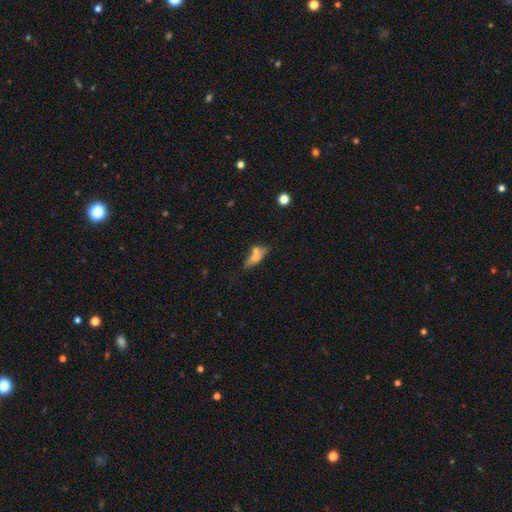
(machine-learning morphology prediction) smooth_or_featured: smooth (p=0.54) [alt: featured or disk p=0.37]
how_rounded: in between (p=0.55) [alt: cigar-shaped p=0.39]
merging: none (p=0.46) [alt: merger p=0.32]